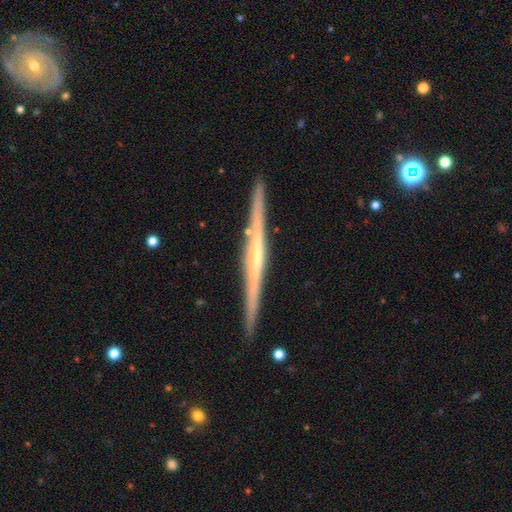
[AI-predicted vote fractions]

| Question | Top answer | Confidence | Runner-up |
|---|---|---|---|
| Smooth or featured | featured or disk | 77% | smooth (17%) |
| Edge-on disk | yes | 98% | no (2%) |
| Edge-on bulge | none | 57% | rounded (29%) |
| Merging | none | 90% | minor disturbance (7%) |